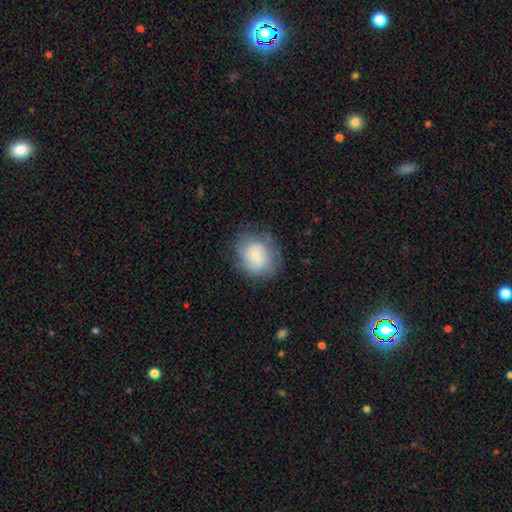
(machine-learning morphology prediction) smooth-or-featured: smooth: 46% | featured or disk: 45% | star or artifact: 8%
  merging: none: 69% | minor disturbance: 20% | major disturbance: 10% | merger: 1%